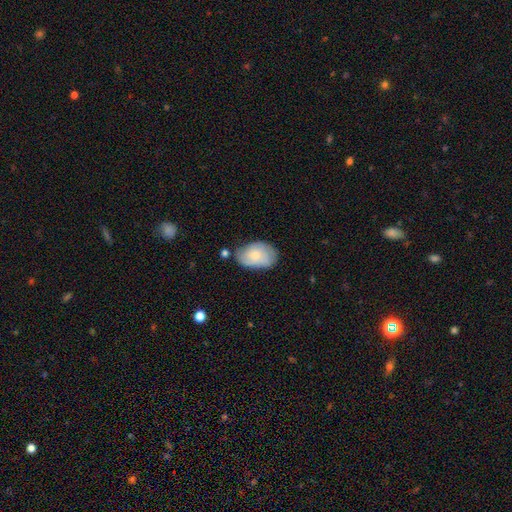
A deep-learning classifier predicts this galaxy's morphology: Q: Smooth or featured?
A: smooth (63%); runner-up: featured or disk (31%)
Q: How rounded?
A: in between (88%); runner-up: round (11%)
Q: Merging?
A: none (61%); runner-up: minor disturbance (27%)